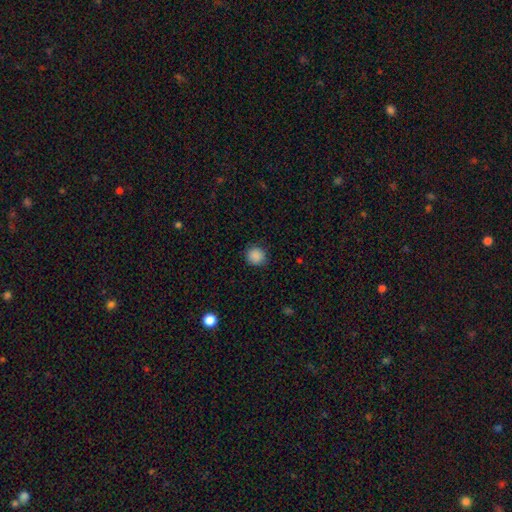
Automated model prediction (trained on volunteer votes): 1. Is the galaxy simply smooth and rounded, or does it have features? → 88% smooth, 9% star or artifact, 3% featured or disk.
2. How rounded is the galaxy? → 90% round, 9% in between, 1% cigar-shaped.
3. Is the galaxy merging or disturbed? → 88% none, 9% minor disturbance, 3% major disturbance, 1% merger.